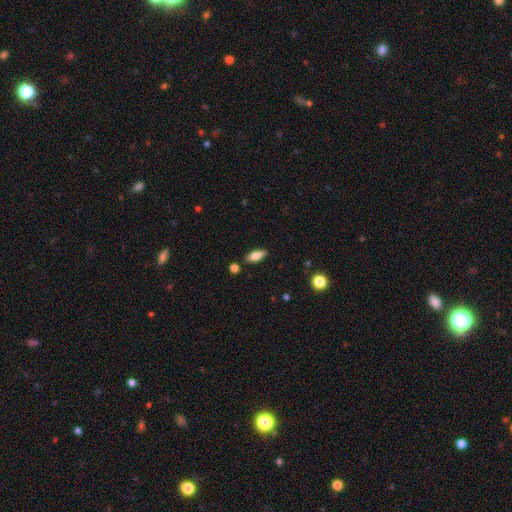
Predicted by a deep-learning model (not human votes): smooth_or_featured: smooth (p=0.74) [alt: featured or disk p=0.18]
how_rounded: in between (p=0.76) [alt: cigar-shaped p=0.21]
merging: none (p=0.85) [alt: minor disturbance p=0.10]